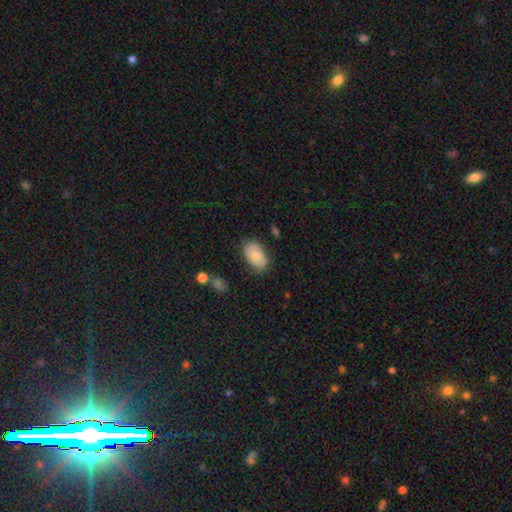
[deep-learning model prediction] A smooth galaxy with no disk features (70%) that is in between round and cigar-shaped (92%). Merging: none (73%).